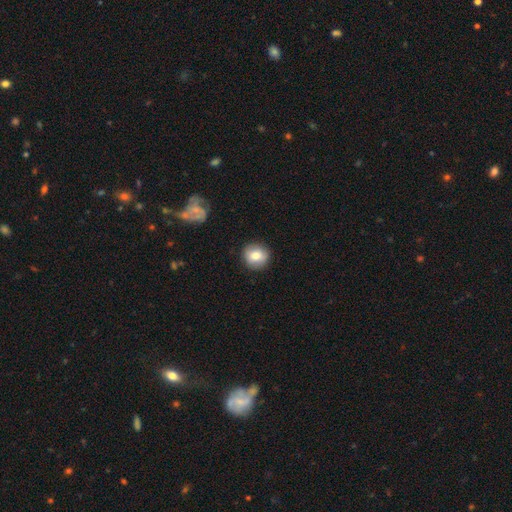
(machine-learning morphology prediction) smooth 76%, featured or disk 16%, star or artifact 8%. Down the decision tree: how rounded — round (91%); merging — none (89%).